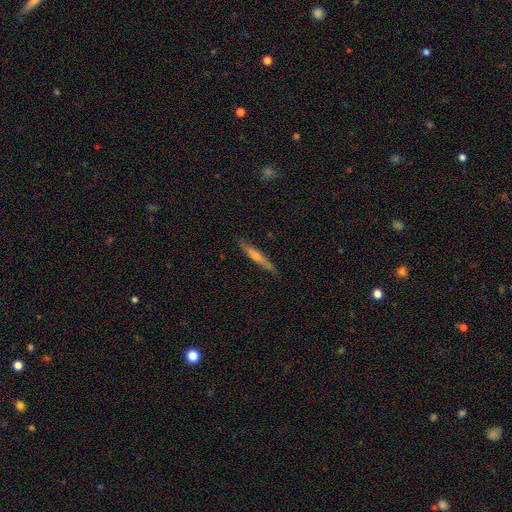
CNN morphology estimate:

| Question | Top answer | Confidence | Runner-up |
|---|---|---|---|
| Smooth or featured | featured or disk | 55% | smooth (39%) |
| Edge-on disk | yes | 95% | no (5%) |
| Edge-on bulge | rounded | 67% | none (26%) |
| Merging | none | 86% | minor disturbance (10%) |